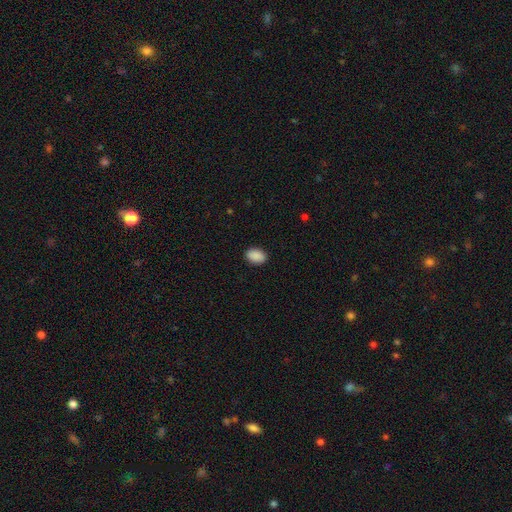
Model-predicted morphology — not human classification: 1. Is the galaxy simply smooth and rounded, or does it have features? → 90% smooth, 7% star or artifact, 3% featured or disk.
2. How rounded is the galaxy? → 86% in between, 13% round, 1% cigar-shaped.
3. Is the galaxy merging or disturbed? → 89% none, 8% minor disturbance, 2% major disturbance, 1% merger.